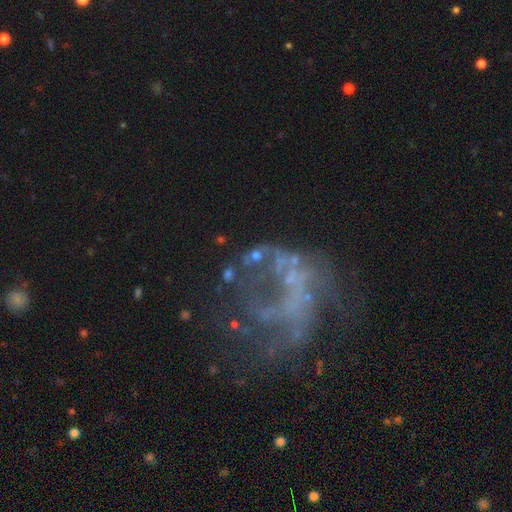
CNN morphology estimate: Smooth or featured: featured or disk — 43% (smooth — 33%)
Merging: none — 46% (major disturbance — 24%)